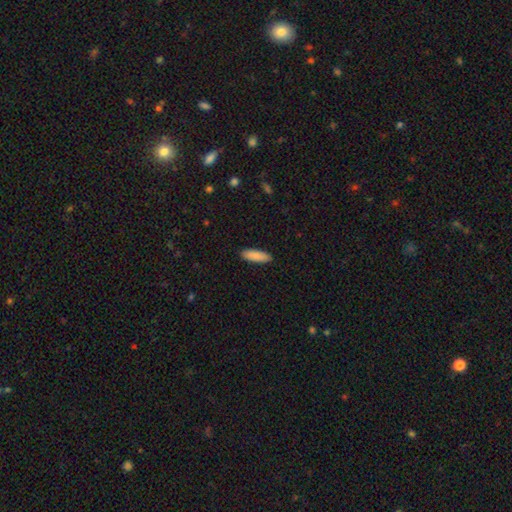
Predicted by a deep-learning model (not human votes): Overall: smooth (88%). How rounded: in between (50%; cigar-shaped 48%). Merging: none (90%).